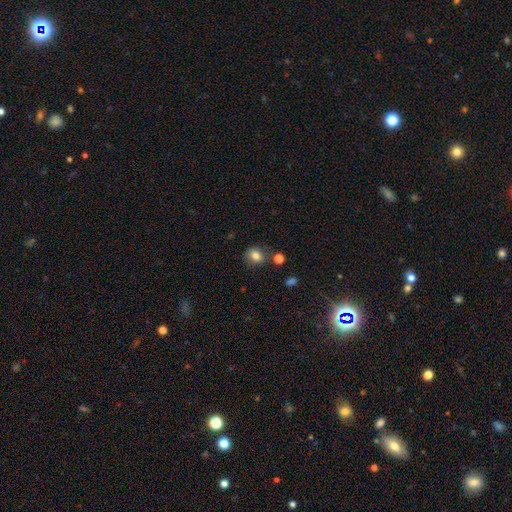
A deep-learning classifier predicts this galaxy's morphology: This appears to be a smooth galaxy with no disk features (78%) that is round (53%). Merging: none (71%).